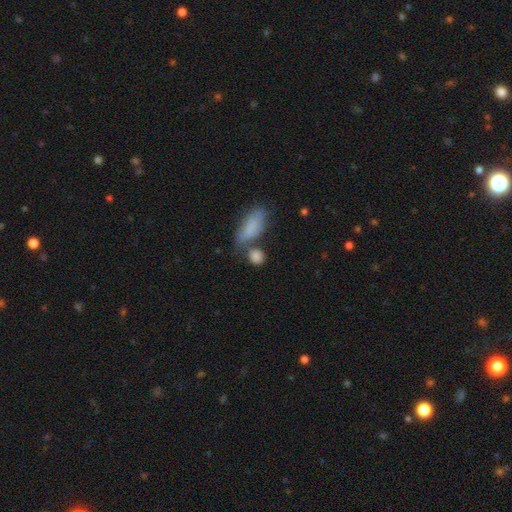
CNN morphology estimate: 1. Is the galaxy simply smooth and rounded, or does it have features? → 83% smooth, 9% featured or disk, 8% star or artifact.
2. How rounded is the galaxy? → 48% round, 46% in between, 6% cigar-shaped.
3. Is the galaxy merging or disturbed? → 51% none, 27% merger, 15% minor disturbance, 7% major disturbance.